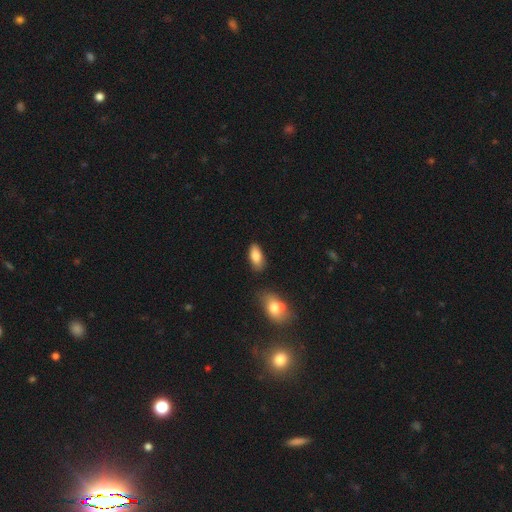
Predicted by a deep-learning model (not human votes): Smooth or featured: smooth — 84% (featured or disk — 9%)
How rounded: in between — 89% (cigar-shaped — 8%)
Merging: none — 80% (minor disturbance — 14%)